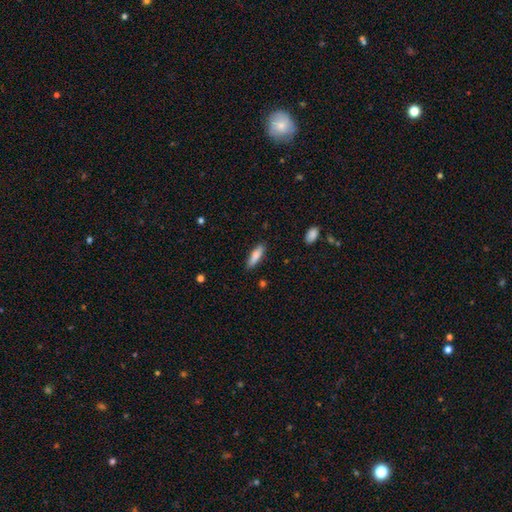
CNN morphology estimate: smooth_or_featured: smooth (p=0.84) [alt: featured or disk p=0.10]
how_rounded: cigar-shaped (p=0.59) [alt: in between p=0.39]
merging: none (p=0.87) [alt: minor disturbance p=0.10]